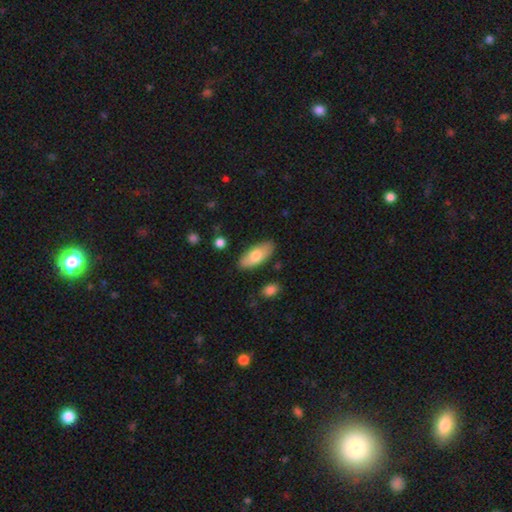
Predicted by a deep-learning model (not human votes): The model was most divided on "smooth or featured": smooth: 73%, featured or disk: 22%, star or artifact: 6%. More confident: how rounded — in between (87%); merging — none (83%).